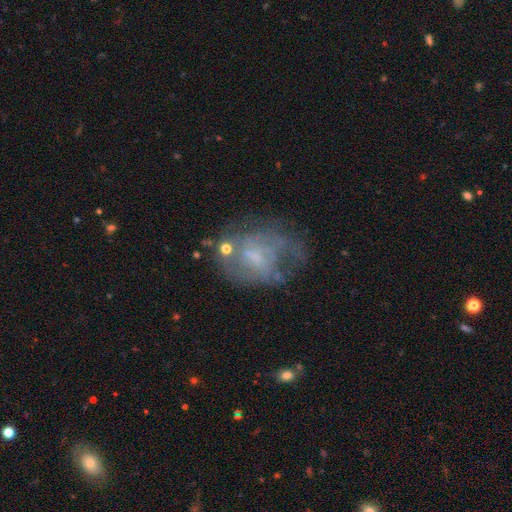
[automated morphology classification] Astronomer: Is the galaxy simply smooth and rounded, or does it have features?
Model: featured or disk — 63%.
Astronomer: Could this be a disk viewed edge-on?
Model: no — 97%.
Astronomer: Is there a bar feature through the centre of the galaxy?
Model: no — 53% (runner-up: weak, 40%).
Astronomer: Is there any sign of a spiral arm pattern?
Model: yes — 55% (runner-up: no, 45%).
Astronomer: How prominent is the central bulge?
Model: small — 39% (runner-up: none, 35%).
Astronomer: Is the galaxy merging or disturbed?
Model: none — 47% (runner-up: major disturbance, 25%).